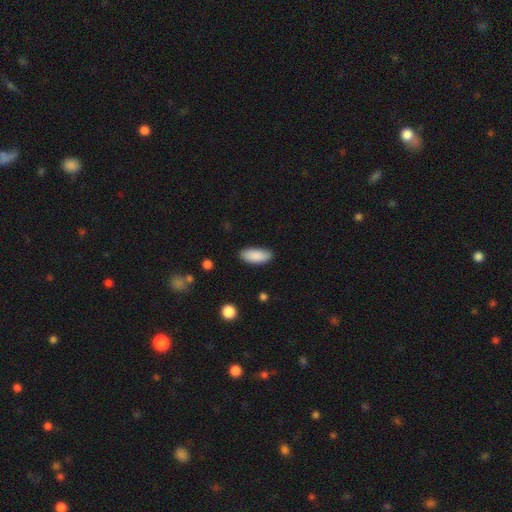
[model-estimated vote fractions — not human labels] Smooth or featured? smooth (89%)
How rounded? in between (85%)
Merging? none (85%)